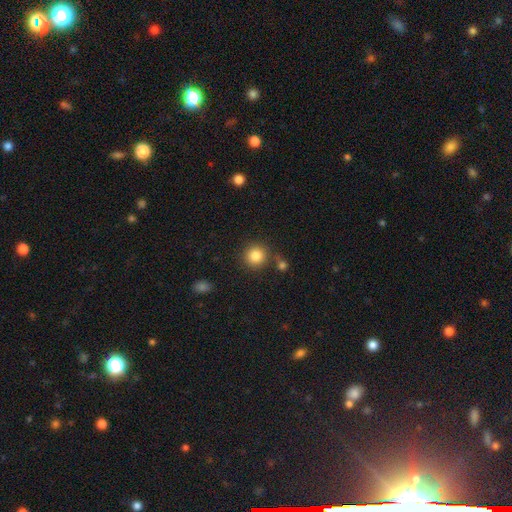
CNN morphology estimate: smooth_or_featured: smooth (p=0.84) [alt: star or artifact p=0.11]
how_rounded: round (p=0.92) [alt: in between p=0.07]
merging: none (p=0.80) [alt: minor disturbance p=0.09]